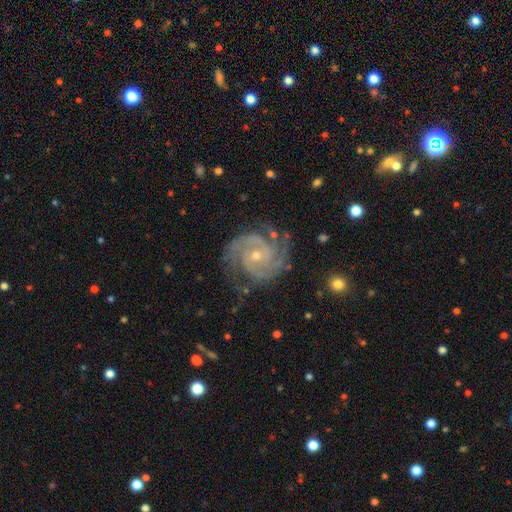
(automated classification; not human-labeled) Smooth or featured?
  - featured or disk: 93% *
  - star or artifact: 5%
  - smooth: 3%
Edge-on disk?
  - no: 98% *
  - yes: 2%
Bar?
  - no: 68% *
  - weak: 23%
  - strong: 8%
Spiral arms?
  - yes: 99% *
  - no: 1%
Spiral winding?
  - tight: 66% *
  - medium: 30%
  - loose: 4%
Spiral arm count?
  - 3: 39% *
  - 2: 27%
  - 4: 14%
  - can't tell: 9%
  - more than 4: 6%
  - 1: 6%
Bulge size?
  - small: 67% *
  - moderate: 31%
  - none: 1%
  - large: 1%
  - dominant: 1%
Merging?
  - none: 75% *
  - minor disturbance: 18%
  - major disturbance: 6%
  - merger: 1%